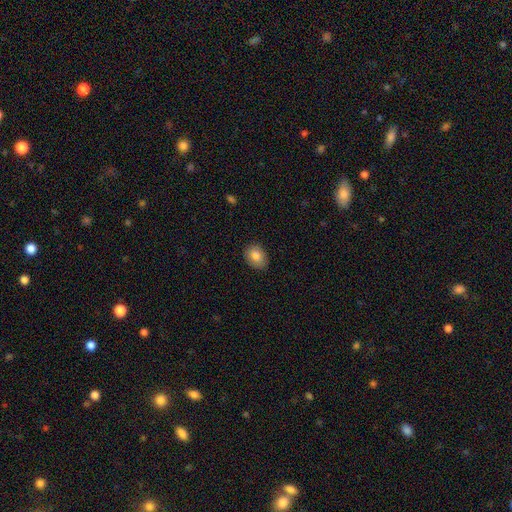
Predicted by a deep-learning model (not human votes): Morphology: type=smooth (83%); roundness=in between (63%); merging=none (83%).